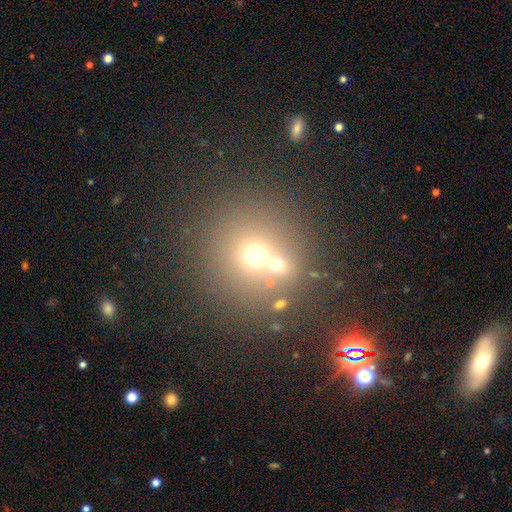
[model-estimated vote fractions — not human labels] smooth 59%, star or artifact 25%, featured or disk 16%. Down the decision tree: how rounded — round (91%); merging — none (56%).